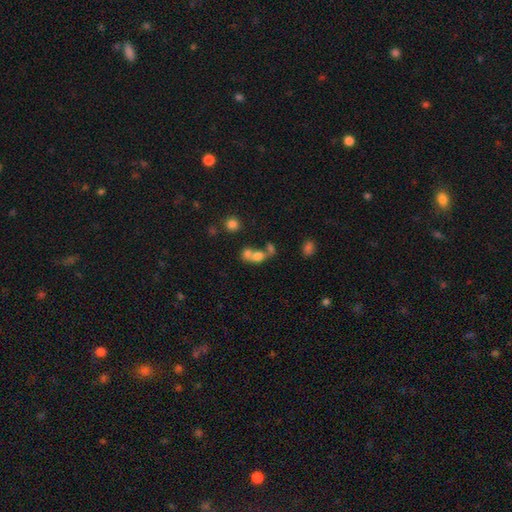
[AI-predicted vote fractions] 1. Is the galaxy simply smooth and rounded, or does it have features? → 68% smooth, 19% featured or disk, 13% star or artifact.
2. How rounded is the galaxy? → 51% in between, 46% round, 3% cigar-shaped.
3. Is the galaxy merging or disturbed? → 62% merger, 24% none, 7% minor disturbance, 6% major disturbance.